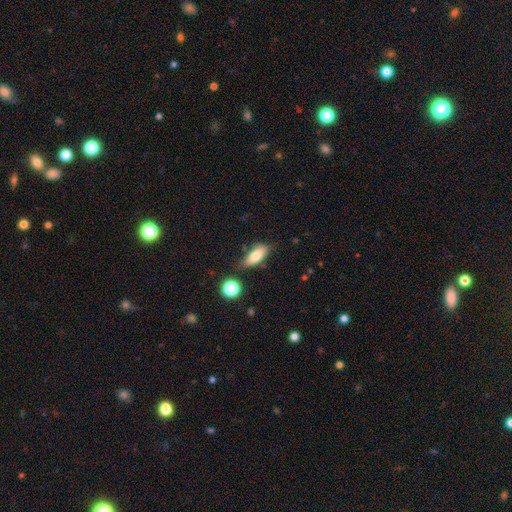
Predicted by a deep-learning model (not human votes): Smooth or featured? smooth (78%)
How rounded? in between (77%)
Merging? none (72%)